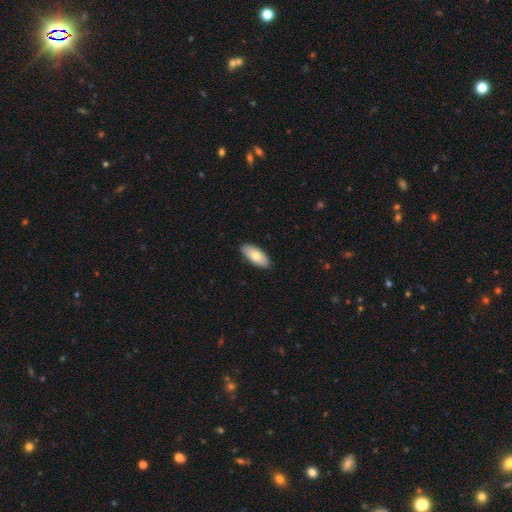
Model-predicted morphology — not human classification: Q: Smooth or featured?
A: smooth (75%); runner-up: featured or disk (19%)
Q: How rounded?
A: in between (88%); runner-up: cigar-shaped (10%)
Q: Merging?
A: none (89%); runner-up: minor disturbance (8%)